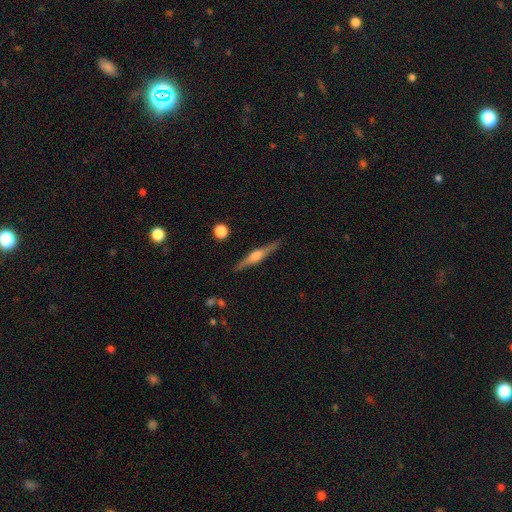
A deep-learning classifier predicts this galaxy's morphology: A featured or disk galaxy (72%) viewed edge-on (98%) with a rounded central bulge (86%). Merging: none (89%).